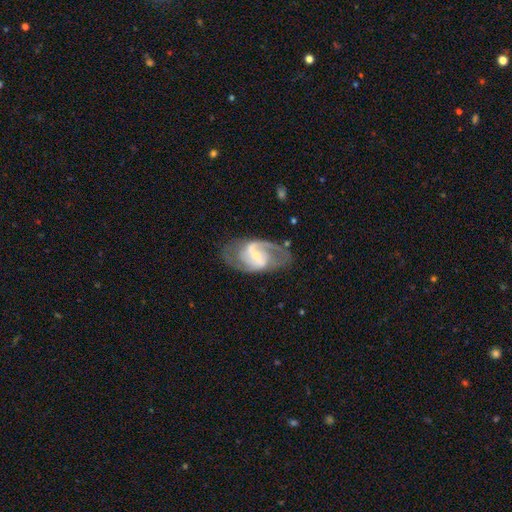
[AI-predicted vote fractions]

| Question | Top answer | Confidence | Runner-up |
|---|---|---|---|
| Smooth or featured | featured or disk | 88% | smooth (7%) |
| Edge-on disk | no | 97% | yes (3%) |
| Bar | weak | 48% | strong (39%) |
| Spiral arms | yes | 95% | no (5%) |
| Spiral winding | medium | 55% | loose (27%) |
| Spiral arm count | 2 | 84% | can't tell (6%) |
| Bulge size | small | 62% | moderate (30%) |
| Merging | none | 70% | minor disturbance (18%) |